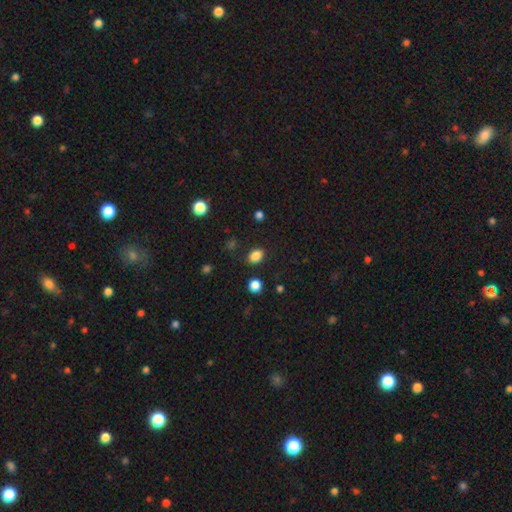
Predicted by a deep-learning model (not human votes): Smooth or featured: smooth — 85% (star or artifact — 11%)
How rounded: in between — 77% (round — 22%)
Merging: none — 84% (minor disturbance — 11%)